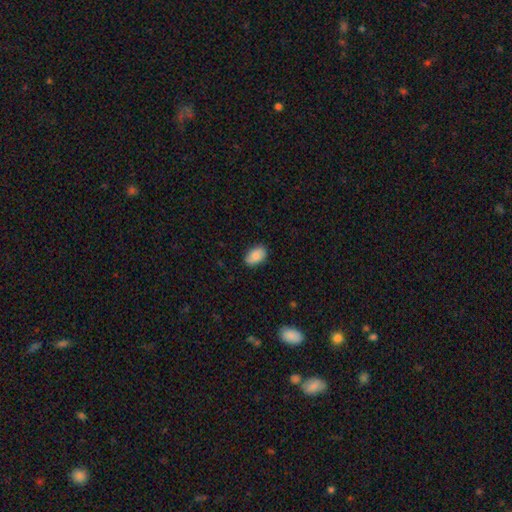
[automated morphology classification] smooth 85%, featured or disk 8%, star or artifact 7%. Down the decision tree: how rounded — in between (91%); merging — none (84%).